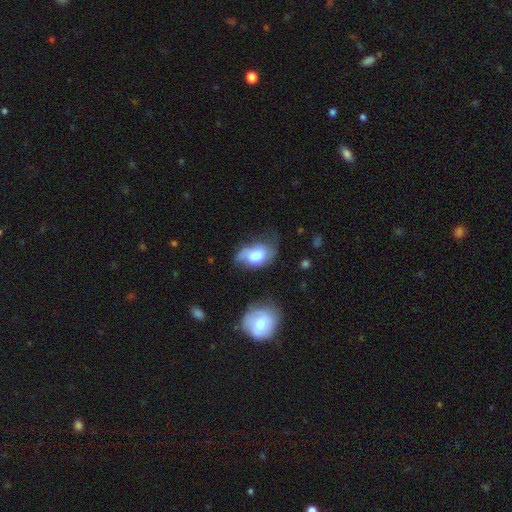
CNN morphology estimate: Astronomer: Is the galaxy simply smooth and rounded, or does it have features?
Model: smooth — 61%.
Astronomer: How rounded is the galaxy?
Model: in between — 87%.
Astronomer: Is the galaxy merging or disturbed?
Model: none — 40% (runner-up: minor disturbance, 35%).